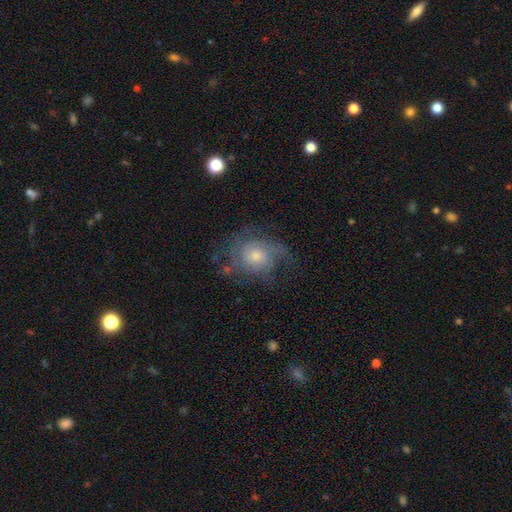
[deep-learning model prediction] Smooth or featured? featured or disk (68%)
Edge-on disk? no (97%)
Bar? no (76%)
Spiral arms? yes (85%)
Spiral winding? medium (40%)
Spiral arm count? can't tell (40%)
Bulge size? moderate (53%)
Merging? none (60%)